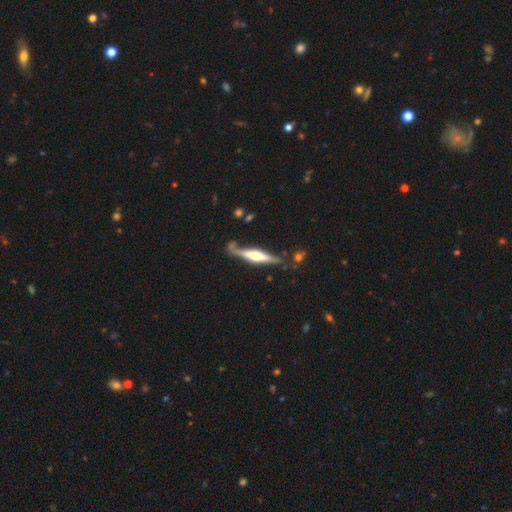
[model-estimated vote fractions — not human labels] This appears to be a featured or disk galaxy (67%) viewed edge-on (94%) with a rounded central bulge (60%). Merging: none (63%).